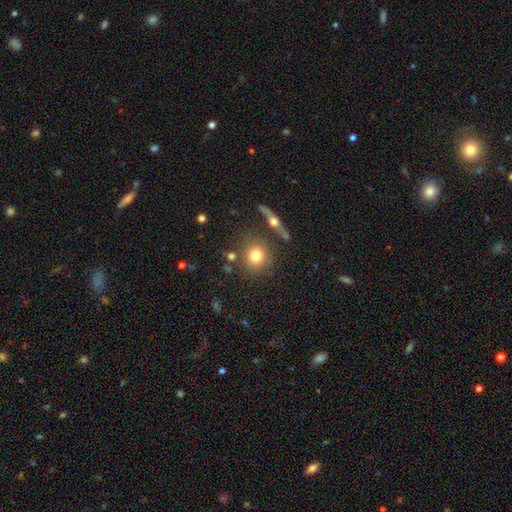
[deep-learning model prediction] Morphology: type=smooth (75%); roundness=round (86%); merging=none (78%).